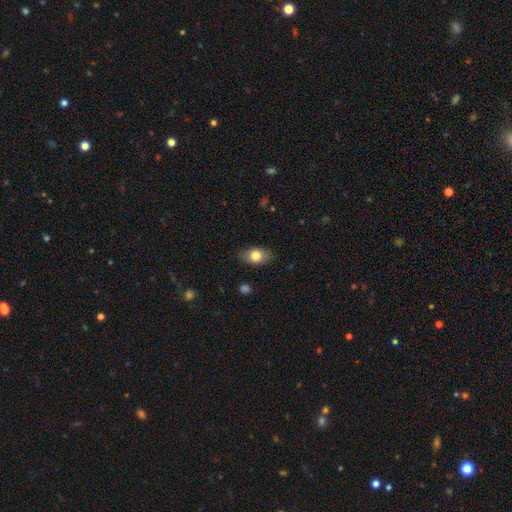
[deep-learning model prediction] A smooth galaxy with no disk features (78%) that is in between round and cigar-shaped (86%). Merging: none (83%).